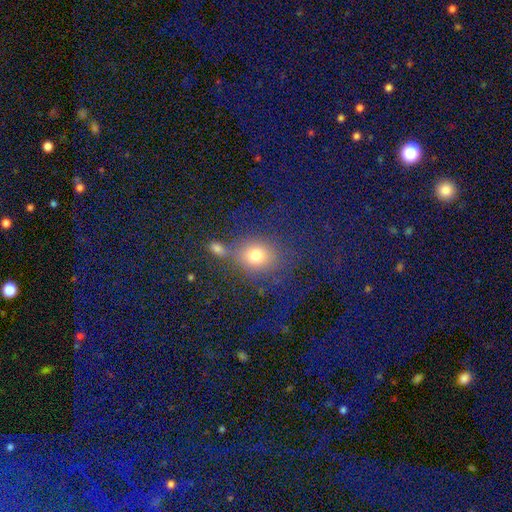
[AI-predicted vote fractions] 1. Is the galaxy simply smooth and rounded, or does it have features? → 70% smooth, 17% star or artifact, 13% featured or disk.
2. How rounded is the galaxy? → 68% round, 30% in between, 2% cigar-shaped.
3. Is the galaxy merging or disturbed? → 54% none, 19% merger, 15% minor disturbance, 12% major disturbance.